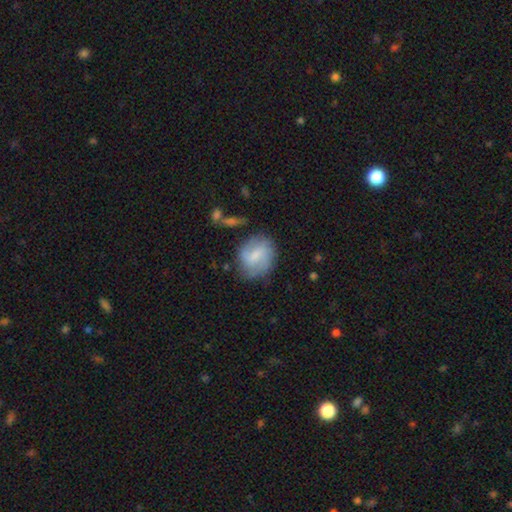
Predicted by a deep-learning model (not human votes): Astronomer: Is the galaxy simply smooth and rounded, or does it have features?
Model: featured or disk — 47% (runner-up: smooth, 46%).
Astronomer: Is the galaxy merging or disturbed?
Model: none — 72%.